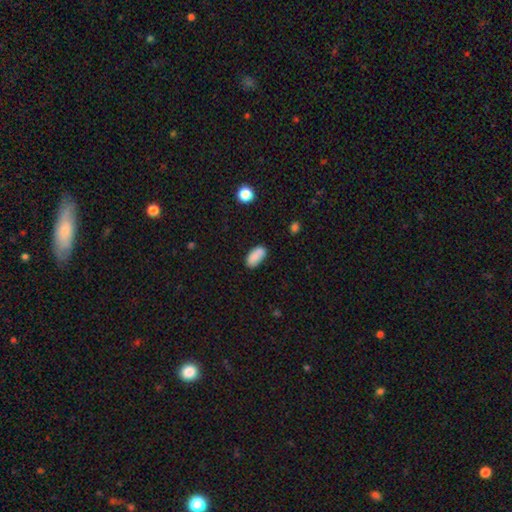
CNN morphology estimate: The model was most divided on "merging": none: 75%, minor disturbance: 17%, merger: 5%, major disturbance: 4%. More confident: how rounded — in between (92%); smooth or featured — smooth (85%).